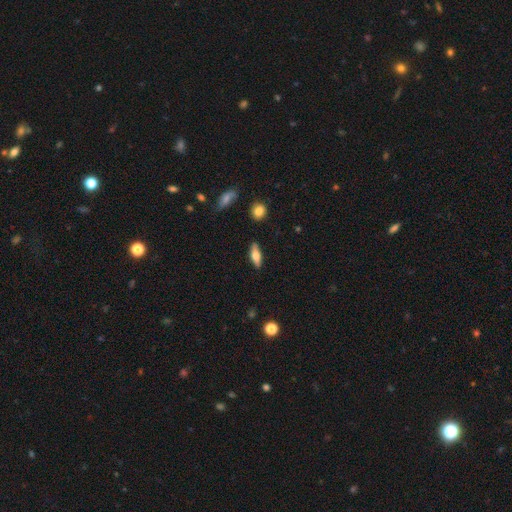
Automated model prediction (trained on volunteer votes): smooth_or_featured: smooth (p=0.56) [alt: featured or disk p=0.37]
how_rounded: in between (p=0.59) [alt: cigar-shaped p=0.38]
merging: none (p=0.87) [alt: minor disturbance p=0.10]